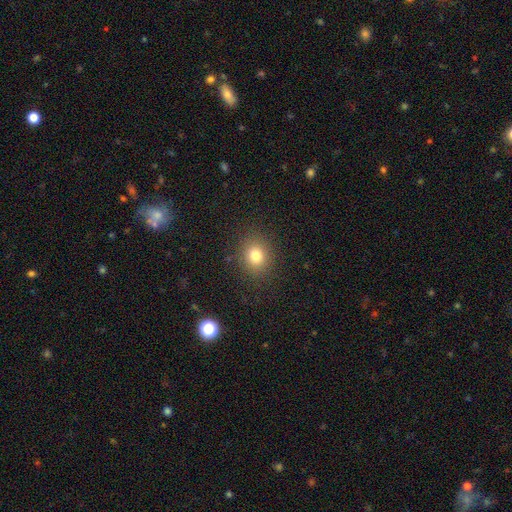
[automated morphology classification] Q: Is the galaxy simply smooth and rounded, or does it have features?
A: smooth — 79%.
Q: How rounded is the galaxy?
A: round — 73%.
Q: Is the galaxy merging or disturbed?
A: none — 88%.